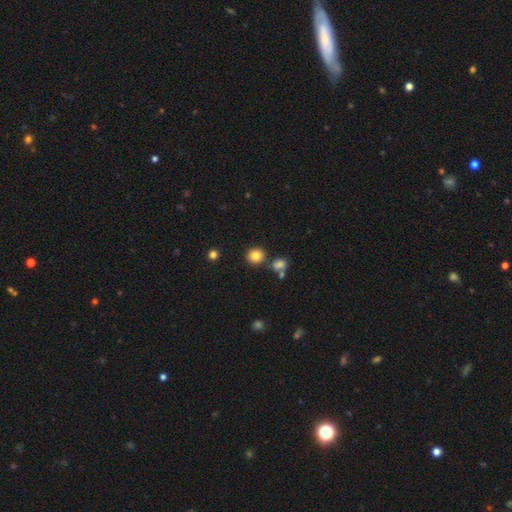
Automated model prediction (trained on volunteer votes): The model was most divided on "smooth or featured": smooth: 82%, star or artifact: 12%, featured or disk: 6%. More confident: how rounded — round (87%); merging — none (80%).